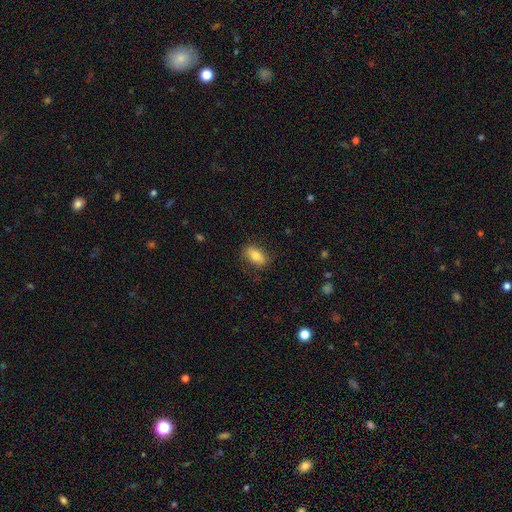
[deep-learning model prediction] smooth_or_featured: smooth (p=0.80) [alt: featured or disk p=0.12]
how_rounded: in between (p=0.87) [alt: cigar-shaped p=0.07]
merging: none (p=0.81) [alt: minor disturbance p=0.14]